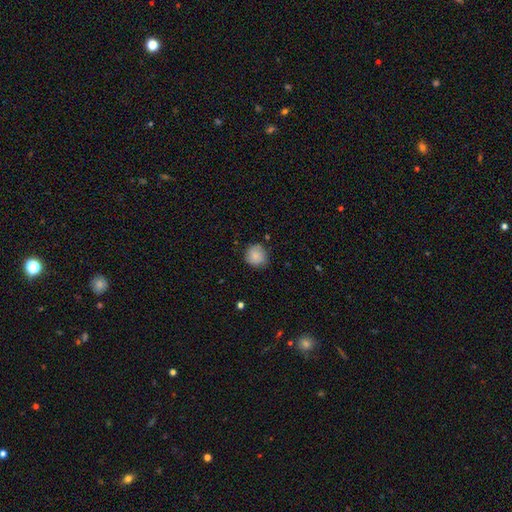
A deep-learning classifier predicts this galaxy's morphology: Smooth or featured? Predicted: smooth (p=0.84). How rounded? Predicted: round (p=0.88). Merging? Predicted: none (p=0.78).